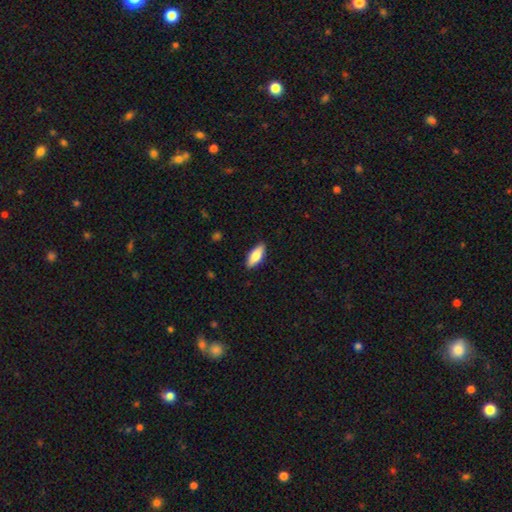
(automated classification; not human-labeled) A smooth galaxy with no disk features (78%) that is in between round and cigar-shaped (77%). Merging: none (88%).